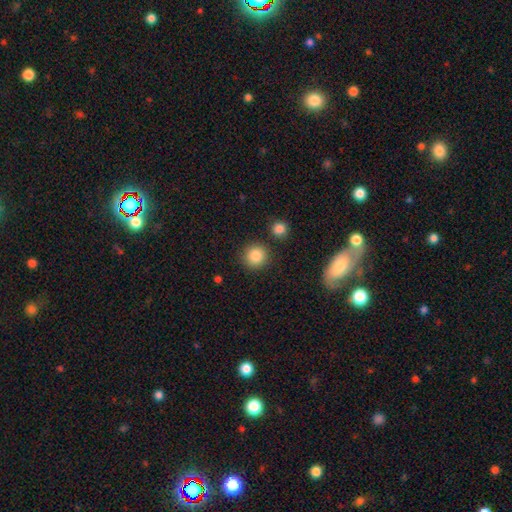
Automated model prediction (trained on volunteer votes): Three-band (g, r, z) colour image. It shows a smooth galaxy with no disk features (86%) that is round (93%). Merging: none (87%).